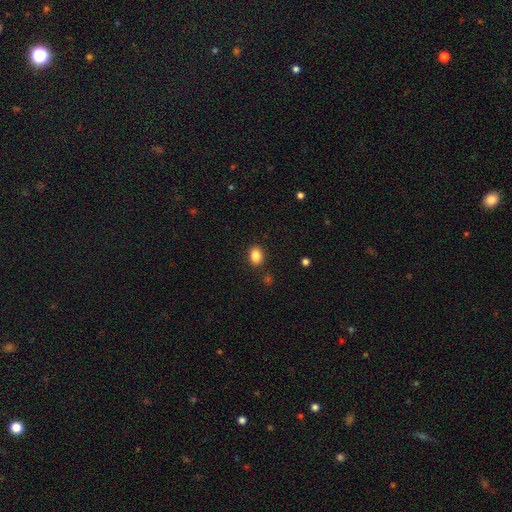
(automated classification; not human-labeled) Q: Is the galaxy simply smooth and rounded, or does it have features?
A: smooth — 86%.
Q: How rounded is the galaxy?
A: in between — 75%.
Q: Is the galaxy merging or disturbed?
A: none — 88%.